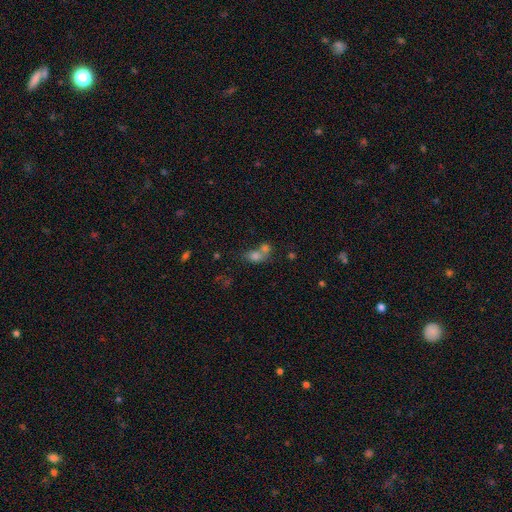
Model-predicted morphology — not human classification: type=smooth (74%); roundness=in between (64%); merging=merger (62%).